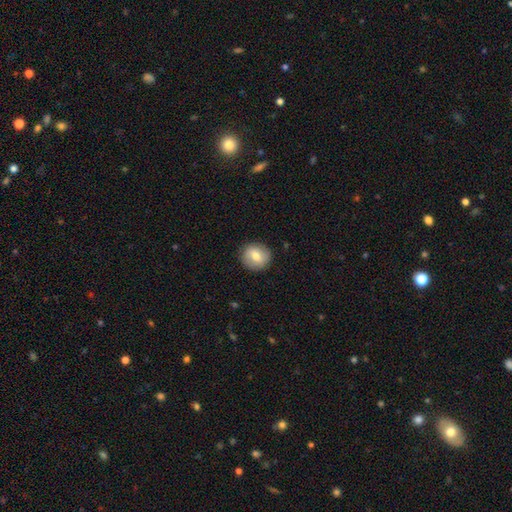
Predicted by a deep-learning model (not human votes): Overall: smooth (69%). How rounded: round (87%). Merging: none (88%).